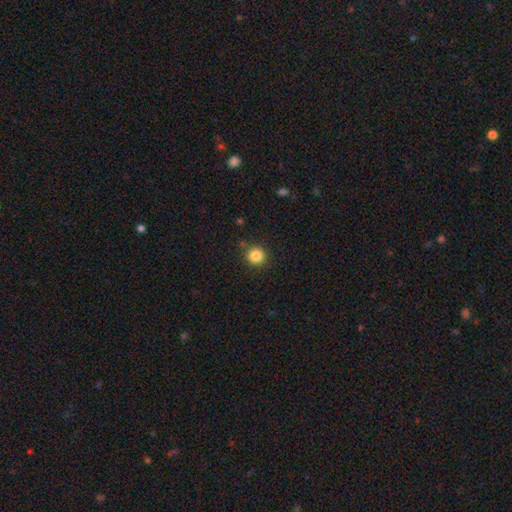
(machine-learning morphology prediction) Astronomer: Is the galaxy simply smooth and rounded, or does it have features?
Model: smooth — 85%.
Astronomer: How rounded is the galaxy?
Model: round — 94%.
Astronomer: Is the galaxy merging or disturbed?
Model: none — 89%.